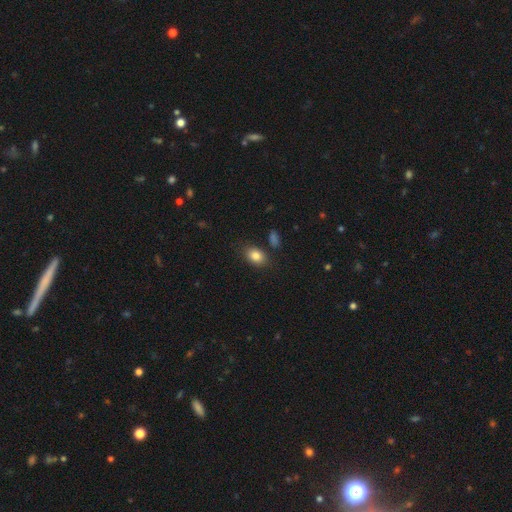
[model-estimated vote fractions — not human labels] Morphology: type=smooth (84%); roundness=in between (78%); merging=none (80%).